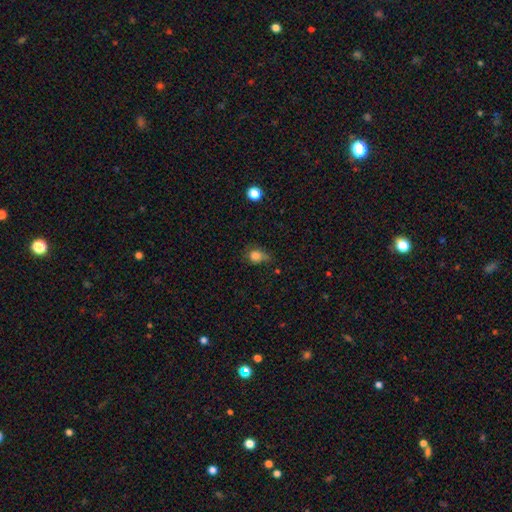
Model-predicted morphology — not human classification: Smooth or featured? Predicted: smooth (p=0.81). How rounded? Predicted: round (p=0.55). Merging? Predicted: none (p=0.44).